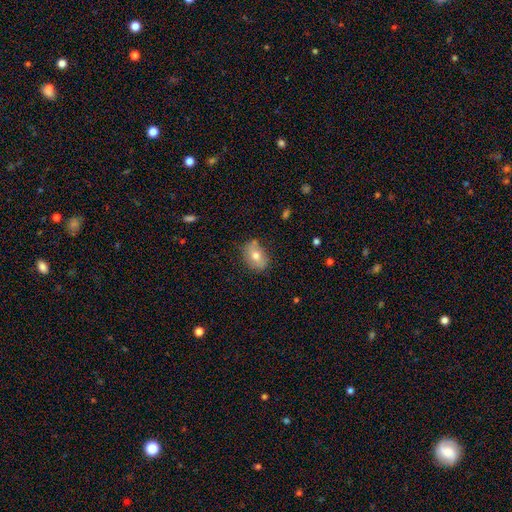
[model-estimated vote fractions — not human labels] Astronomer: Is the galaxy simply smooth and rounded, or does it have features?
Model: smooth — 69%.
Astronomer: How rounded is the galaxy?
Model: in between — 78%.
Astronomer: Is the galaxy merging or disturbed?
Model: none — 72%.